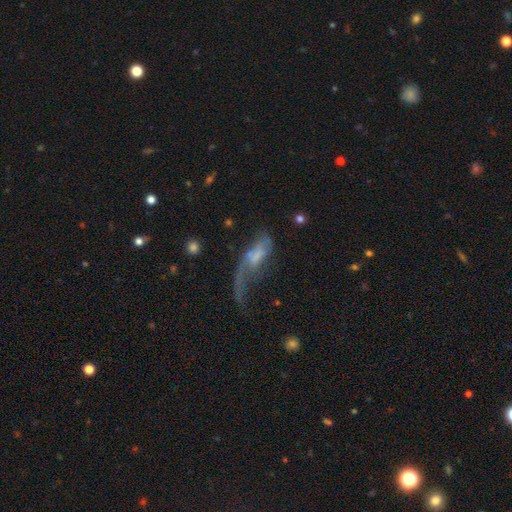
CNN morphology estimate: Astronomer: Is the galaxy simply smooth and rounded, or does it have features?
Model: featured or disk — 54% (runner-up: smooth, 36%).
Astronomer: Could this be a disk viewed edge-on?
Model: no — 87%.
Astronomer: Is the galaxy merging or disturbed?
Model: major disturbance — 57%.